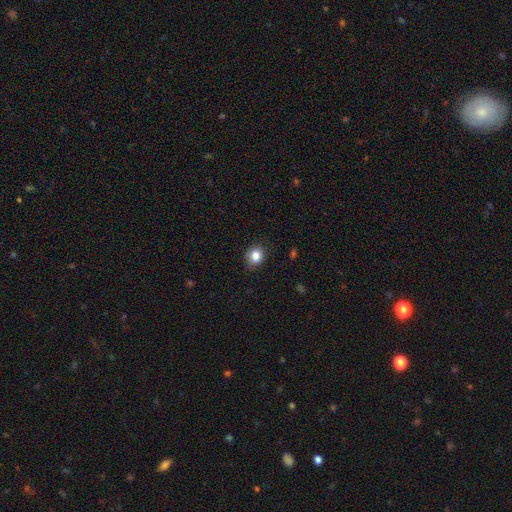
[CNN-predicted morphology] Smooth or featured: smooth — 83% (star or artifact — 10%)
How rounded: round — 66% (in between — 34%)
Merging: none — 82% (minor disturbance — 14%)